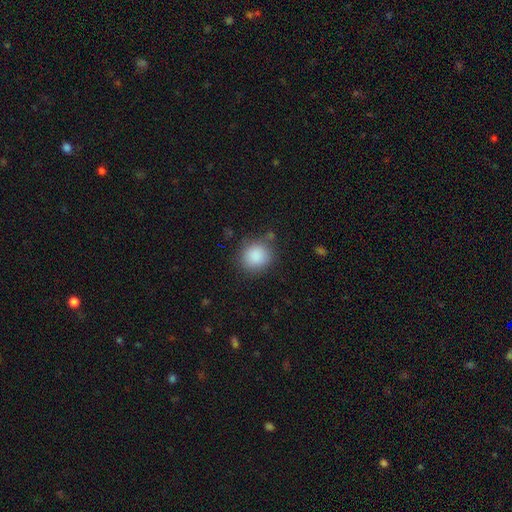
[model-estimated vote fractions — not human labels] This appears to be a smooth galaxy with no disk features (88%) that is round (83%). Merging: none (78%).